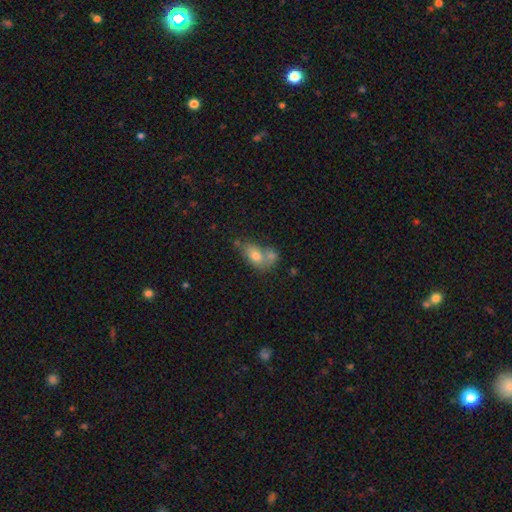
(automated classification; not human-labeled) Morphology: type=smooth (72%); roundness=in between (82%); merging=merger (53%).